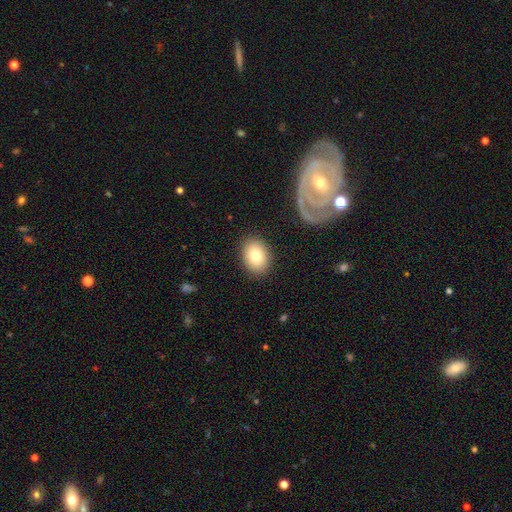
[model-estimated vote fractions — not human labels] The model was most divided on "how rounded": in between: 64%, round: 35%, cigar-shaped: 1%. More confident: merging — none (88%); smooth or featured — smooth (79%).